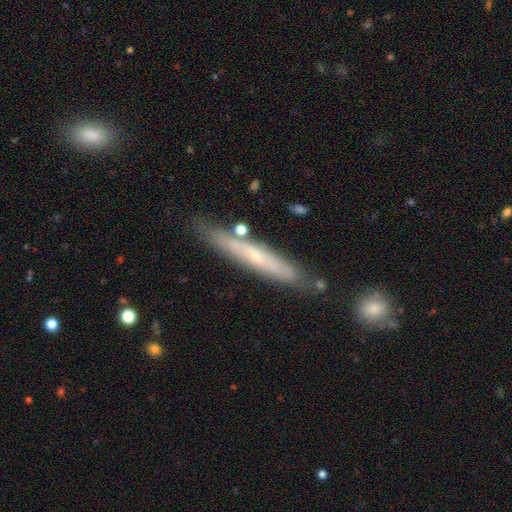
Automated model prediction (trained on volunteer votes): This appears to be a featured or disk galaxy (52%) viewed edge-on (87%). Merging: none (79%).